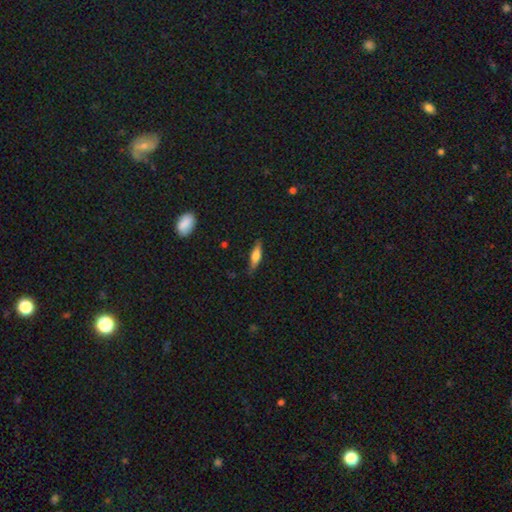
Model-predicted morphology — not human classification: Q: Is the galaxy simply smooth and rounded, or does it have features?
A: smooth — 55%.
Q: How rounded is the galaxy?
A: cigar-shaped — 62%.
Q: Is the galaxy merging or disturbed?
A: none — 80%.